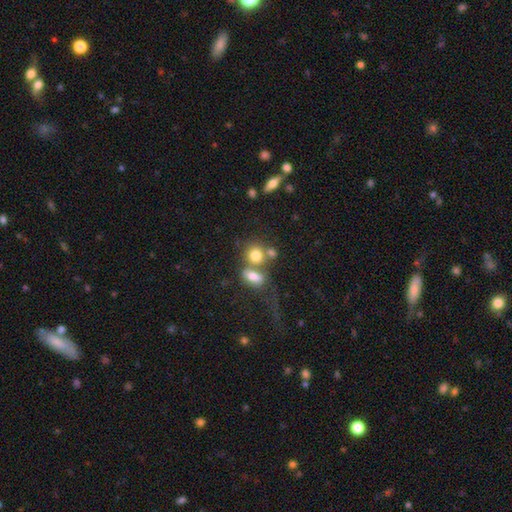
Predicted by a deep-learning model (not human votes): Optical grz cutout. It shows a smooth galaxy with no disk features (76%) that is round (64%). Merging: merger (47%).